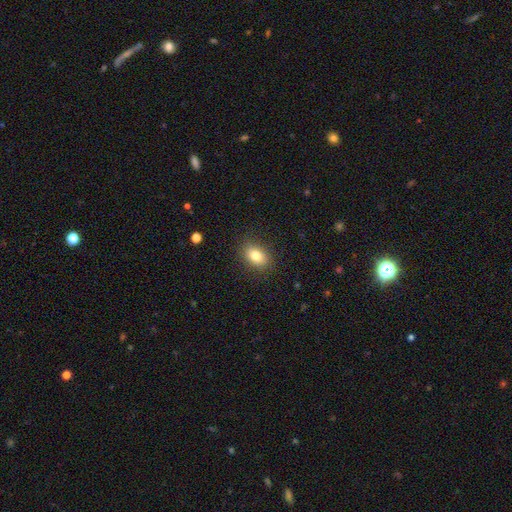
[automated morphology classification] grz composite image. It shows a smooth galaxy with no disk features (80%) that is in between round and cigar-shaped (75%). Merging: none (87%).